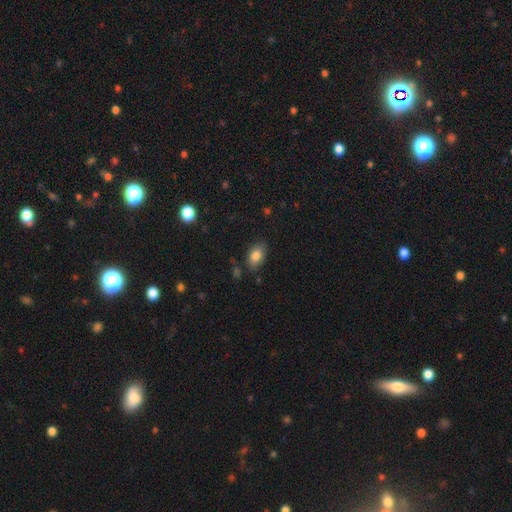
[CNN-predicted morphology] smooth 84%, star or artifact 8%, featured or disk 8%. Down the decision tree: how rounded — in between (87%); merging — none (79%).